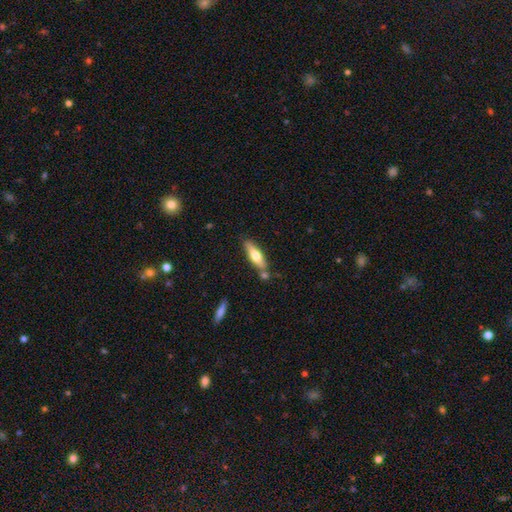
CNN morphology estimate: type=smooth (53%); roundness=cigar-shaped (66%); merging=none (74%).